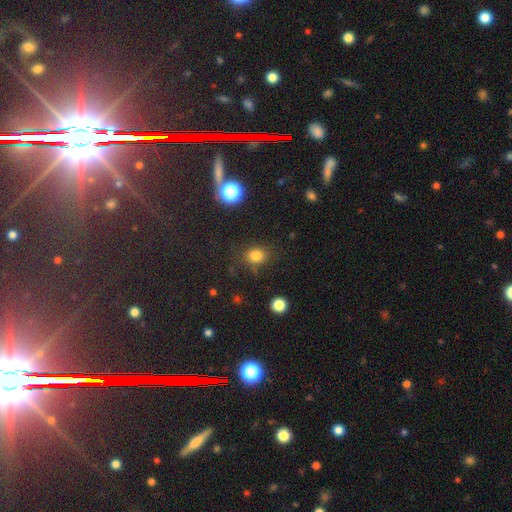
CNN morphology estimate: smooth-or-featured: smooth: 79% | star or artifact: 15% | featured or disk: 6%
  how-rounded: round: 58% | in between: 41% | cigar-shaped: 1%
  merging: none: 78% | minor disturbance: 14% | major disturbance: 5% | merger: 3%